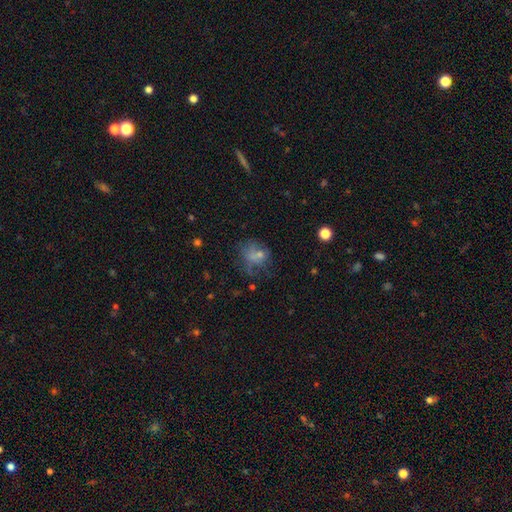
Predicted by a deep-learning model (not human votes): Q: Smooth or featured?
A: smooth (54%); runner-up: featured or disk (29%)
Q: How rounded?
A: round (52%); runner-up: in between (46%)
Q: Merging?
A: major disturbance (33%); tied with: none (33%)